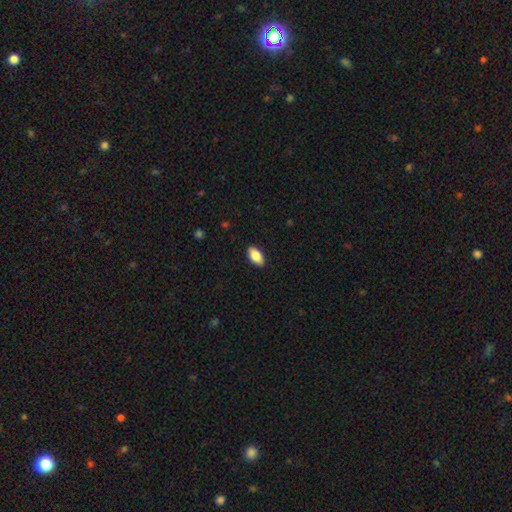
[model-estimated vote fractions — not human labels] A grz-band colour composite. It shows a smooth galaxy with no disk features (85%) that is in between round and cigar-shaped (93%). Merging: none (90%).